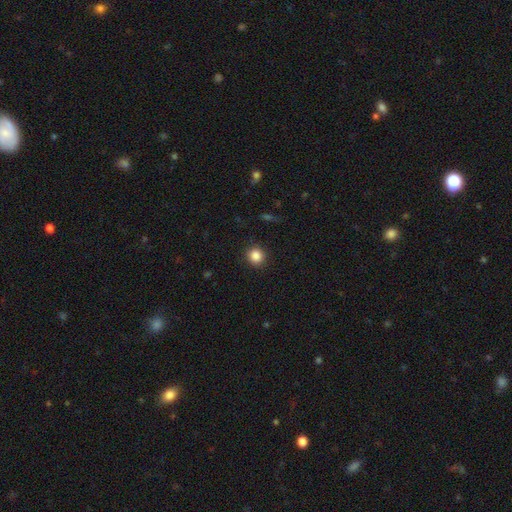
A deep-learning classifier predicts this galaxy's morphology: type=smooth (86%); roundness=round (90%); merging=none (91%).